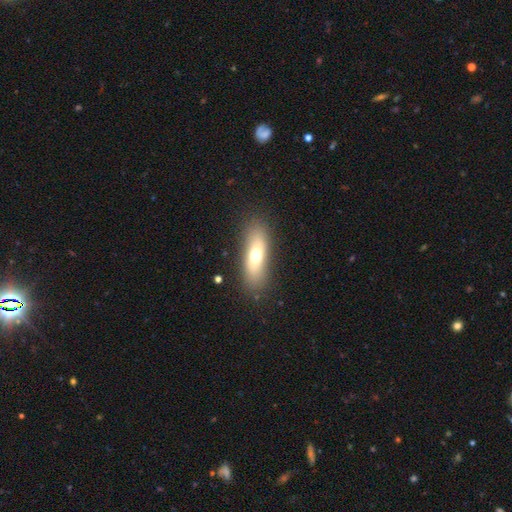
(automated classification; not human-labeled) Morphology: type=smooth (65%); roundness=in between (59%); merging=none (84%).